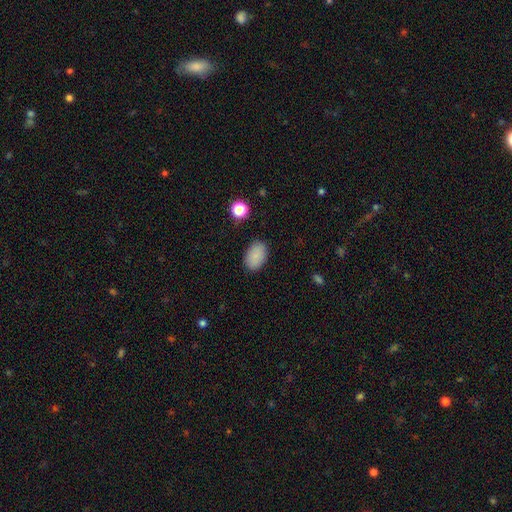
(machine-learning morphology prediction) A smooth galaxy with no disk features (87%) that is in between round and cigar-shaped (88%).

Vote fractions:
- Smooth or featured? smooth: 87% / star or artifact: 8% / featured or disk: 5%
- How rounded? in between: 88% / round: 11% / cigar-shaped: 1%
- Merging? none: 86% / minor disturbance: 10% / major disturbance: 3% / merger: 1%